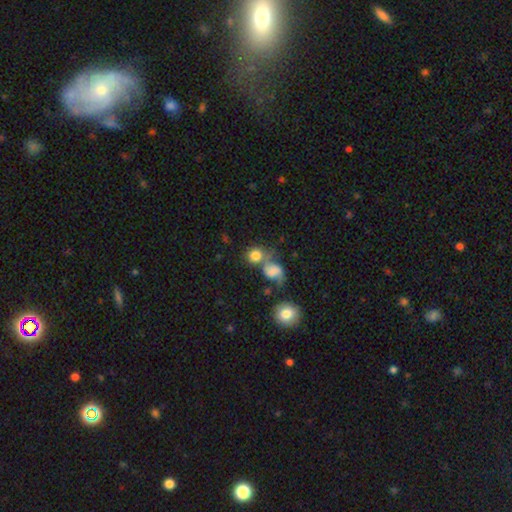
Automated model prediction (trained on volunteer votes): Q: Smooth or featured?
A: smooth (76%); runner-up: featured or disk (14%)
Q: How rounded?
A: round (79%); runner-up: in between (20%)
Q: Merging?
A: merger (43%); runner-up: none (39%)